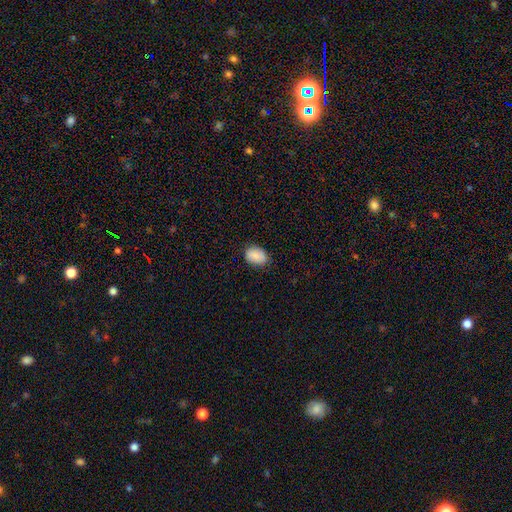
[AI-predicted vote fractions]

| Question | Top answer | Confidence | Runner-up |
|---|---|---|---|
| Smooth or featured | smooth | 85% | featured or disk (8%) |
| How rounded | in between | 79% | round (20%) |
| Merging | none | 80% | minor disturbance (16%) |